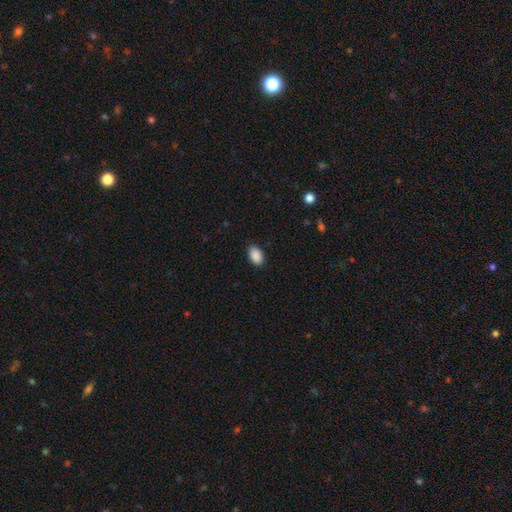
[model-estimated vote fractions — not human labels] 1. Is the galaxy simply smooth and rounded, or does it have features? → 90% smooth, 7% star or artifact, 3% featured or disk.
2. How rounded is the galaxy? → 90% in between, 9% round, 1% cigar-shaped.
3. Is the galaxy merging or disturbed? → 87% none, 10% minor disturbance, 2% major disturbance, 1% merger.